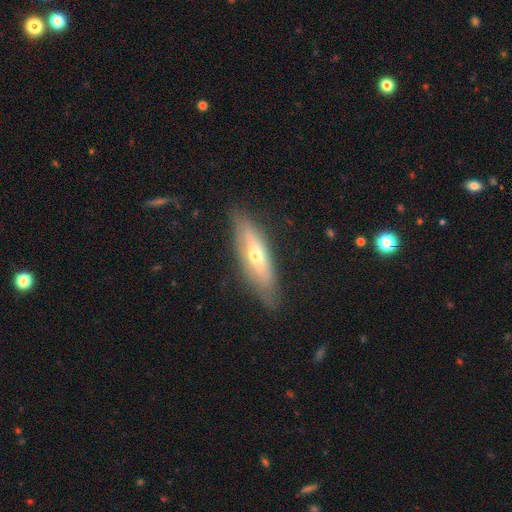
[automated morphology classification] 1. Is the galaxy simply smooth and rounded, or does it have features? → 50% featured or disk, 43% smooth, 6% star or artifact.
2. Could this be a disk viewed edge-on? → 61% yes, 39% no.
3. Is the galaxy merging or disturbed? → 79% none, 16% minor disturbance, 4% major disturbance, 1% merger.